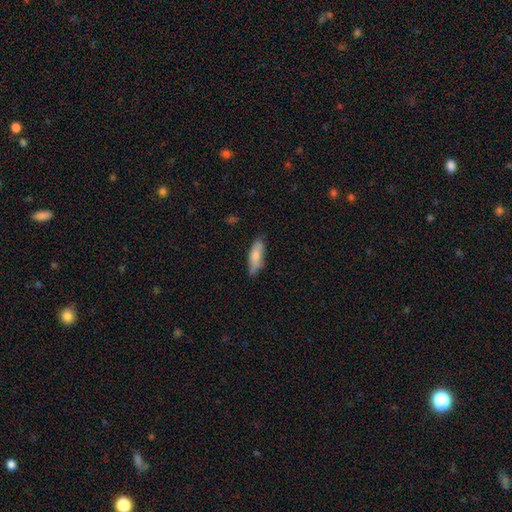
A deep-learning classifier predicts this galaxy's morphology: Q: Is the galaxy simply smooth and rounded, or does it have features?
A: smooth — 78%.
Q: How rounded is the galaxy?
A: in between — 56%.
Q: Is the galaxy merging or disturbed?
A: none — 74%.